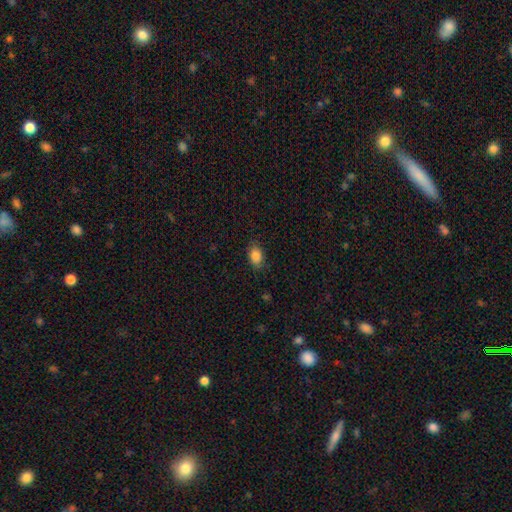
Morphology: type=smooth (92%); roundness=in between (86%); merging=none (71%).